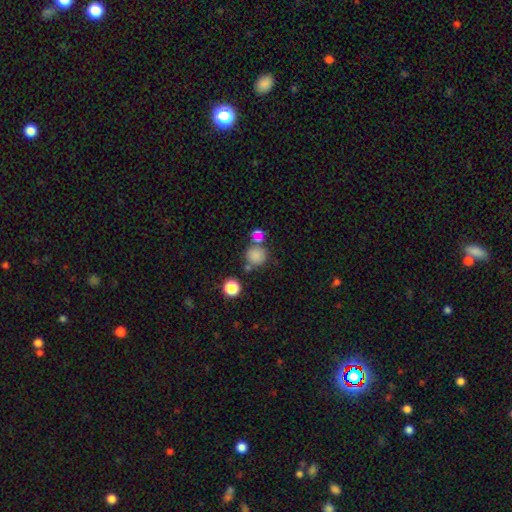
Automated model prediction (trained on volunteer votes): Smooth or featured? Predicted: smooth (p=0.79). How rounded? Predicted: round (p=0.89). Merging? Predicted: none (p=0.61).